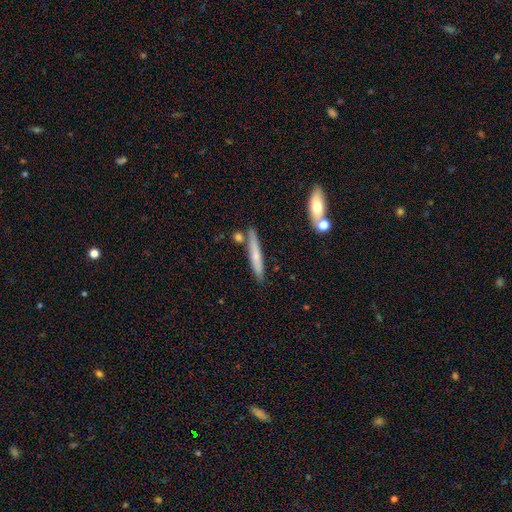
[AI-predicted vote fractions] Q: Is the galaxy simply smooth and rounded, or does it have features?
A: smooth — 60%.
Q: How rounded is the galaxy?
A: cigar-shaped — 93%.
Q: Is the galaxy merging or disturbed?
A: none — 77%.